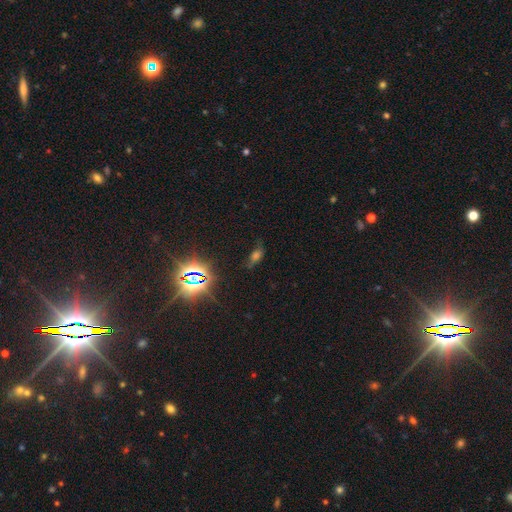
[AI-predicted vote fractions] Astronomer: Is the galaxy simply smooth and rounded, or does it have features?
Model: star or artifact — 51% (runner-up: smooth, 30%).